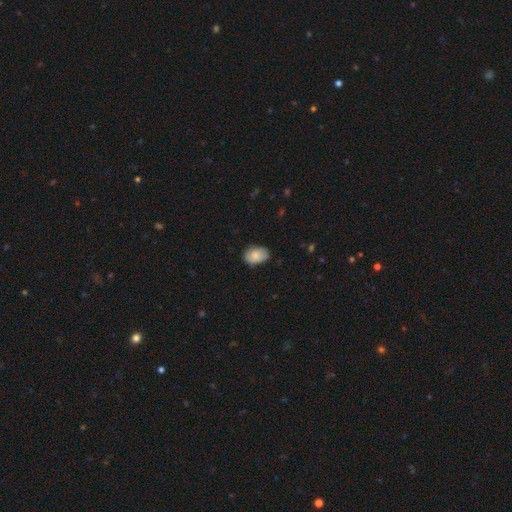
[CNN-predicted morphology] The model was most divided on "merging": none: 73%, minor disturbance: 23%, major disturbance: 4%, merger: 1%. More confident: how rounded — in between (85%); smooth or featured — smooth (80%).